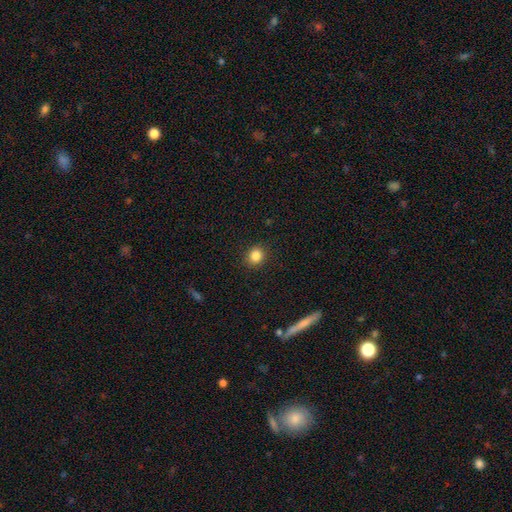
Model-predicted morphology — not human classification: smooth 85%, star or artifact 11%, featured or disk 4%. Down the decision tree: how rounded — round (76%); merging — none (90%).